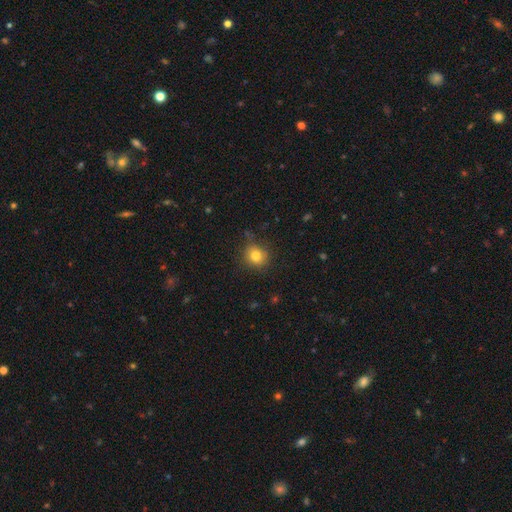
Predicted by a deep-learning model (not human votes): Smooth or featured: smooth — 80% (star or artifact — 12%)
How rounded: round — 82% (in between — 17%)
Merging: none — 83% (minor disturbance — 12%)